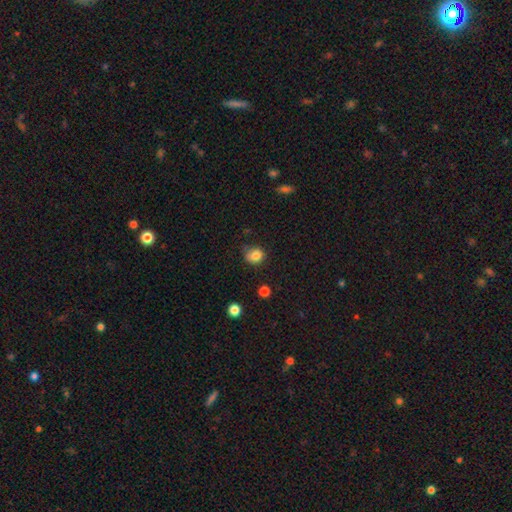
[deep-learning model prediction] smooth-or-featured: smooth: 83% | star or artifact: 11% | featured or disk: 6%
  how-rounded: round: 74% | in between: 25% | cigar-shaped: 1%
  merging: none: 70% | minor disturbance: 23% | major disturbance: 5% | merger: 3%